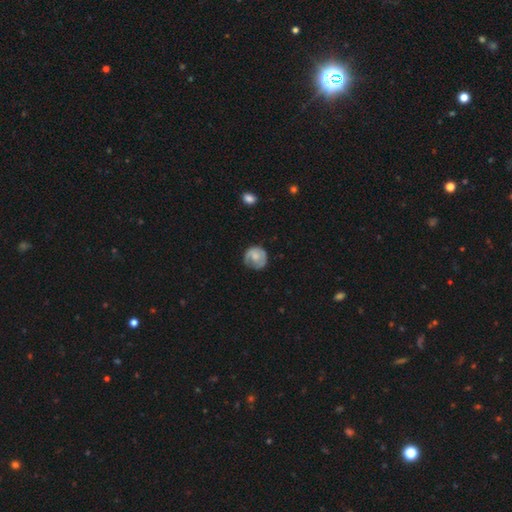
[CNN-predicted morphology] Smooth or featured?
  - smooth: 53% *
  - featured or disk: 40%
  - star or artifact: 6%
How rounded?
  - round: 84% *
  - in between: 15%
  - cigar-shaped: 1%
Merging?
  - none: 62% *
  - minor disturbance: 25%
  - major disturbance: 11%
  - merger: 2%